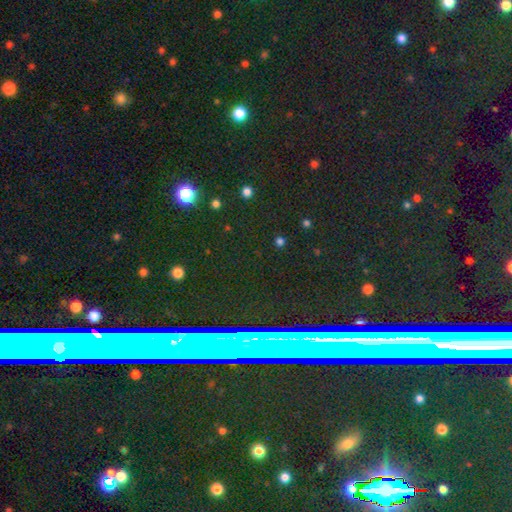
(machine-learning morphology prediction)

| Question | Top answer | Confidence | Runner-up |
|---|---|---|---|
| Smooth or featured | star or artifact | 69% | smooth (16%) |